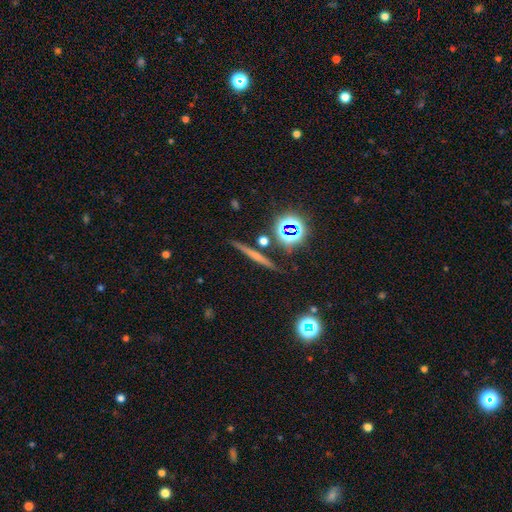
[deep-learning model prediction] A smooth galaxy with no disk features (42%).

Vote fractions:
- Smooth or featured? smooth: 42% / featured or disk: 39% / star or artifact: 19%
- Merging? none: 86% / minor disturbance: 8% / merger: 4% / major disturbance: 2%